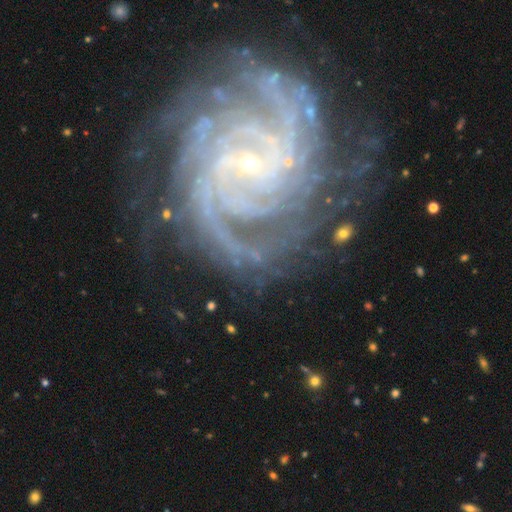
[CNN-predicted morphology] Smooth or featured? featured or disk (86%)
Edge-on disk? no (97%)
Bar? no (47%)
Spiral arms? yes (98%)
Spiral winding? tight (68%)
Spiral arm count? can't tell (19%)
Bulge size? small (85%)
Merging? none (70%)